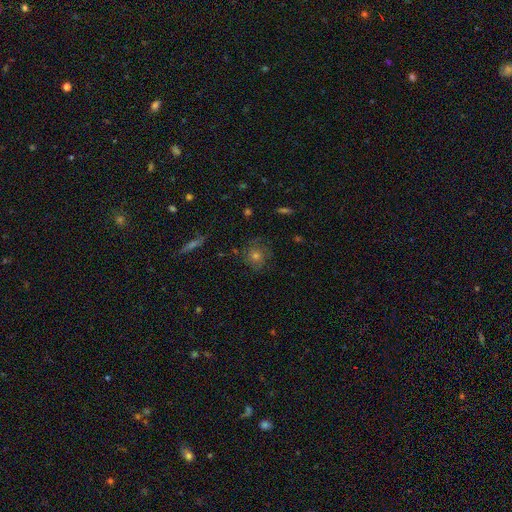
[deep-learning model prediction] smooth 45%, featured or disk 32%, star or artifact 23%. Down the decision tree: merging — none (77%).